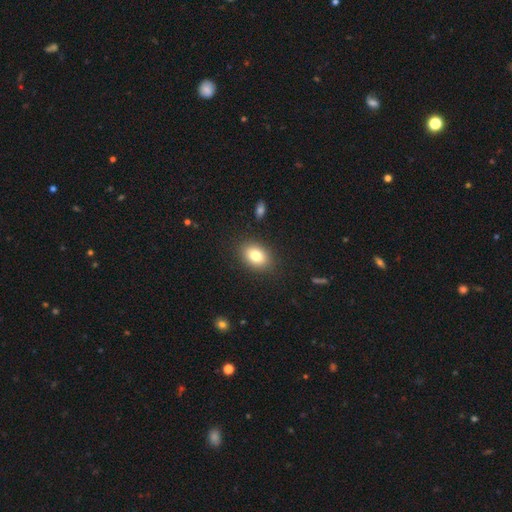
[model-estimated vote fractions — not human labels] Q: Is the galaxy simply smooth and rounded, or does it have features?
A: smooth — 80%.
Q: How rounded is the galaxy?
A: in between — 76%.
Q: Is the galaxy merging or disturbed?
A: none — 87%.